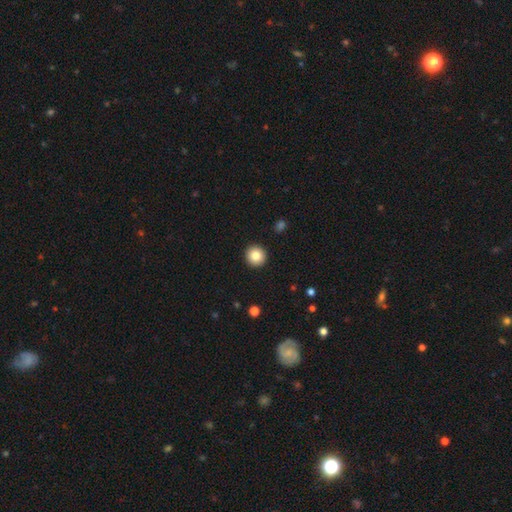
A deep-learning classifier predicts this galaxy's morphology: Overall: smooth (84%). How rounded: round (95%). Merging: none (93%).